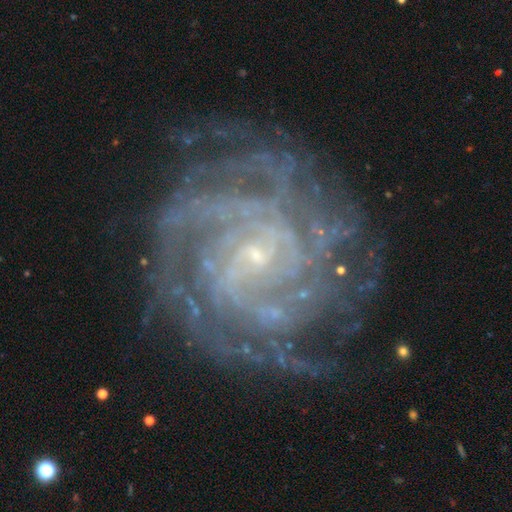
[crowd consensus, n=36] Morphology: type=featured or disk (94%); edge-on=no (100%); bar=weak (50%); spiral arms=yes (100%); winding=tight (62%); arm count=2 (26%, tied with 3); bulge=small (94%); merging=none (77%).